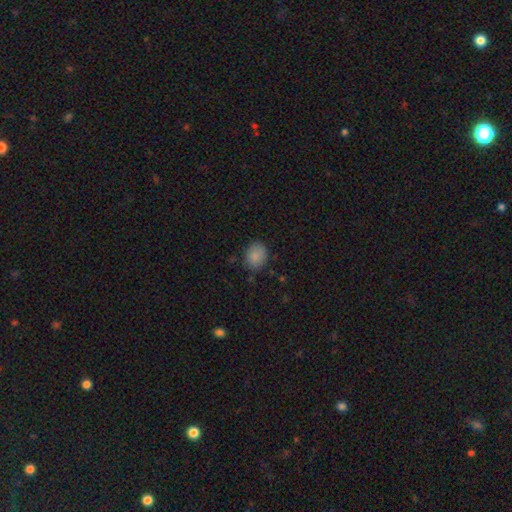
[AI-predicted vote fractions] Smooth or featured? smooth (86%)
How rounded? round (53%)
Merging? none (81%)